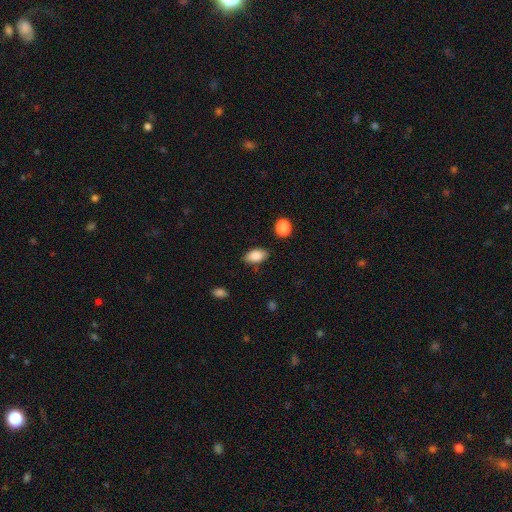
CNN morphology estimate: smooth 88%, star or artifact 7%, featured or disk 5%. Down the decision tree: how rounded — in between (92%); merging — none (82%).